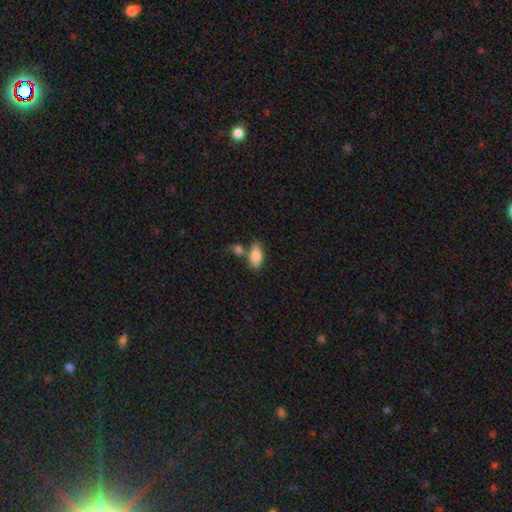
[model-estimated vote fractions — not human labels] The model was most divided on "merging": none: 50%, merger: 29%, minor disturbance: 15%, major disturbance: 5%. More confident: how rounded — in between (91%); smooth or featured — smooth (83%).